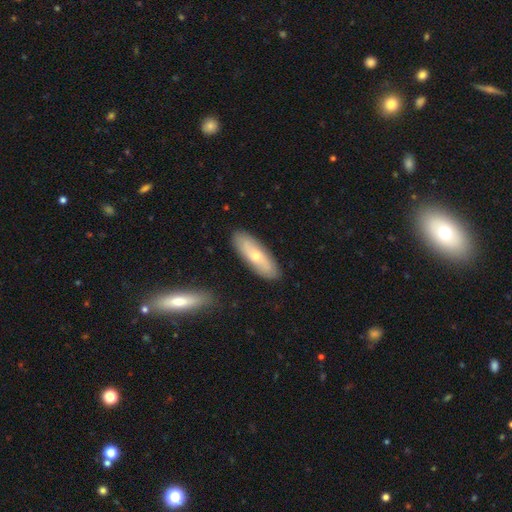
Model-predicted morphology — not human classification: This appears to be a smooth galaxy with no disk features (52%) that is in between round and cigar-shaped (52%). Merging: none (86%).